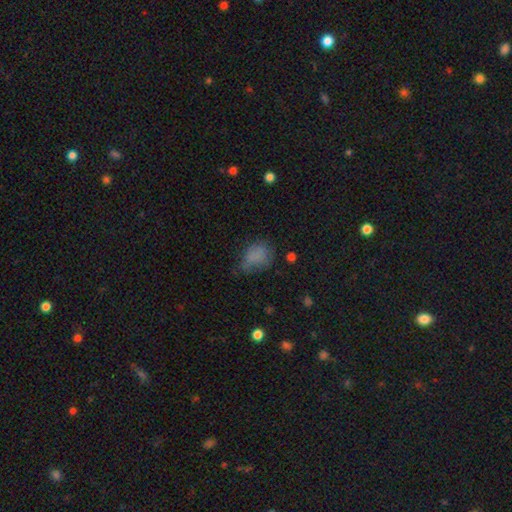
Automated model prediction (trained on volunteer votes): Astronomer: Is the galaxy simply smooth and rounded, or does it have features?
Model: smooth — 74%.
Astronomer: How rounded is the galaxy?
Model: in between — 72%.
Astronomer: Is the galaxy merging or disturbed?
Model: none — 42% (runner-up: minor disturbance, 34%).